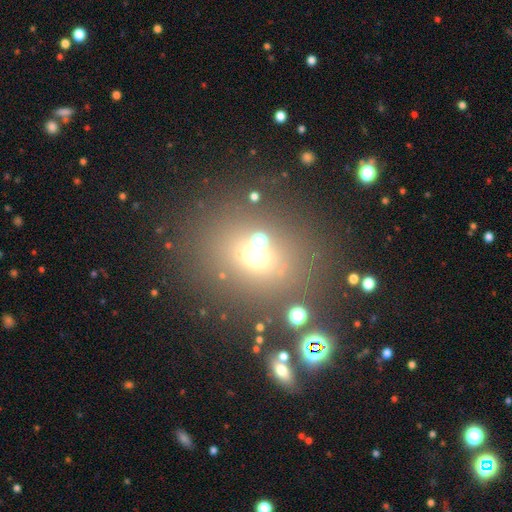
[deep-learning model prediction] Q: Smooth or featured?
A: smooth (56%); runner-up: star or artifact (30%)
Q: How rounded?
A: round (61%); runner-up: in between (37%)
Q: Merging?
A: none (67%); runner-up: merger (16%)